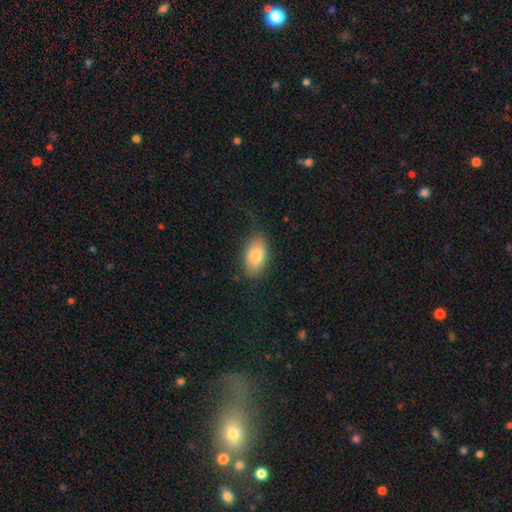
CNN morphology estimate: Smooth or featured: smooth — 82% (featured or disk — 11%)
How rounded: in between — 92% (round — 5%)
Merging: none — 77% (minor disturbance — 17%)